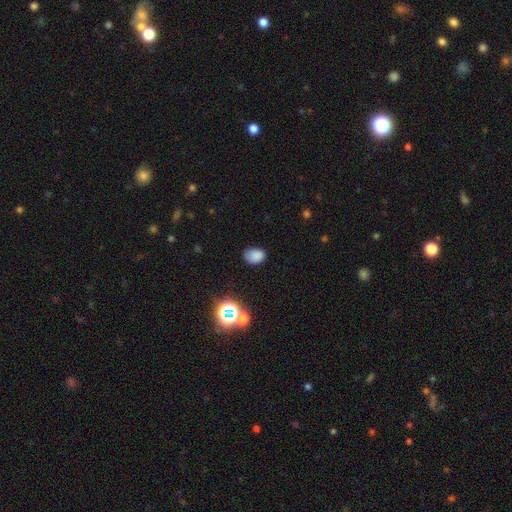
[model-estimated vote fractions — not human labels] smooth_or_featured: smooth (p=0.80) [alt: star or artifact p=0.15]
how_rounded: in between (p=0.71) [alt: round p=0.28]
merging: none (p=0.75) [alt: minor disturbance p=0.19]